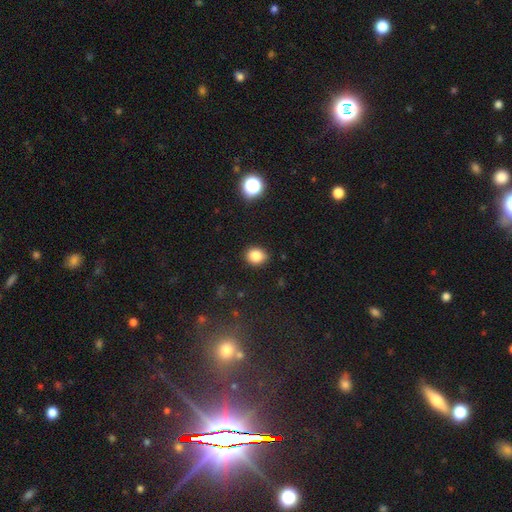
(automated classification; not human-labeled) This appears to be a smooth galaxy with no disk features (84%) that is round (63%). Merging: none (87%).